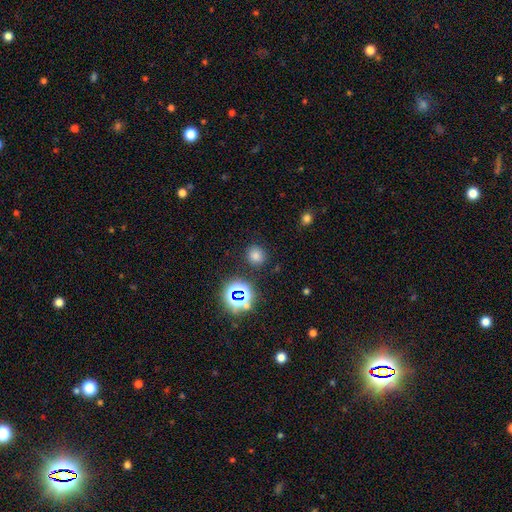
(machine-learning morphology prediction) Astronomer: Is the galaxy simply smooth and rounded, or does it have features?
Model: smooth — 72%.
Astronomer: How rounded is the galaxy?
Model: round — 82%.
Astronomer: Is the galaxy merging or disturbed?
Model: none — 86%.